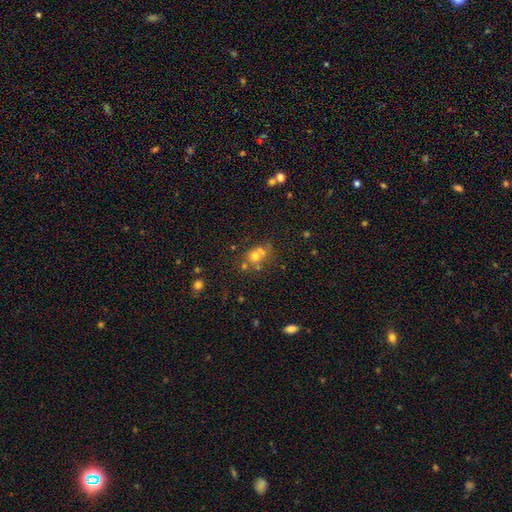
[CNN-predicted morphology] type=smooth (60%); roundness=round (75%); merging=none (47%).